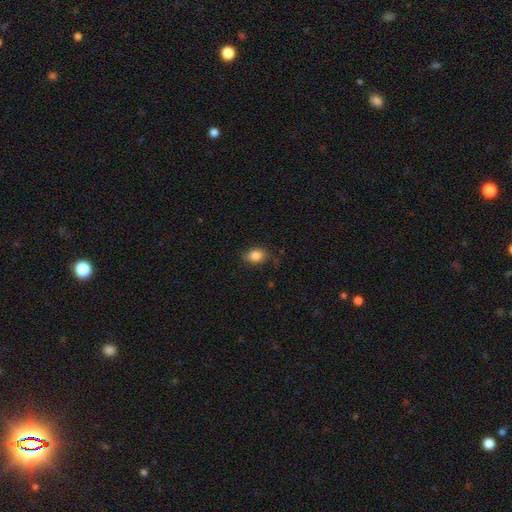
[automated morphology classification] type=smooth (84%); roundness=in between (67%); merging=none (73%).